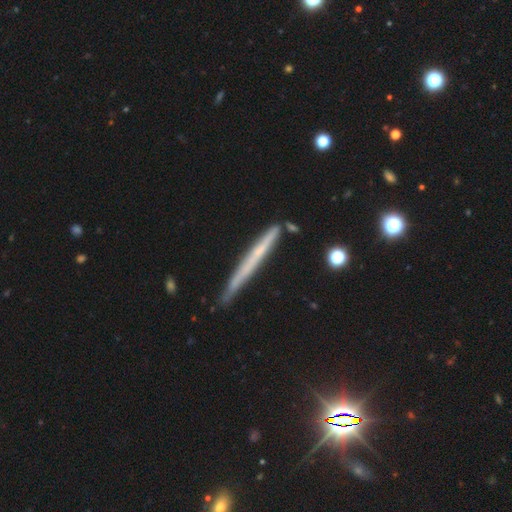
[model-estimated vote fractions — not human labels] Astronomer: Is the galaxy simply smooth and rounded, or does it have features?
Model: featured or disk — 51% (runner-up: smooth, 40%).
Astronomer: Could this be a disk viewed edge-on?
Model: yes — 96%.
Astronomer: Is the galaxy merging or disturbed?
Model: none — 80%.